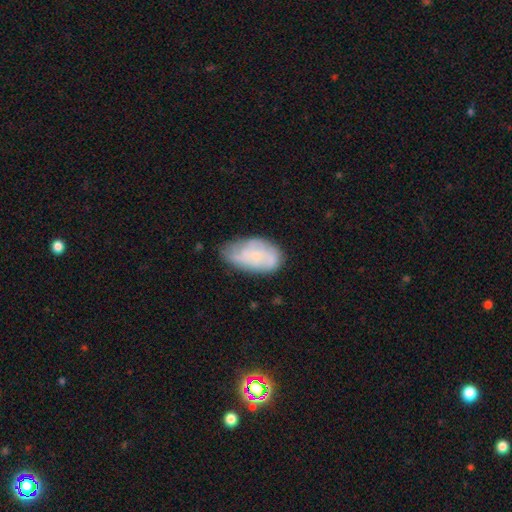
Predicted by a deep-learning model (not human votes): Overall: smooth (48%; featured or disk 44%). Merging: none (53%; minor disturbance 34%).